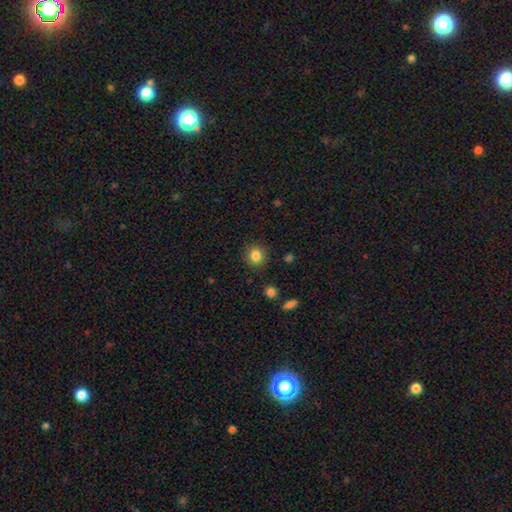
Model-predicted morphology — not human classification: A smooth galaxy with no disk features (84%) that is round (86%).

Vote fractions:
- Smooth or featured? smooth: 84% / star or artifact: 11% / featured or disk: 6%
- How rounded? round: 86% / in between: 13% / cigar-shaped: 1%
- Merging? none: 89% / minor disturbance: 7% / major disturbance: 3% / merger: 1%